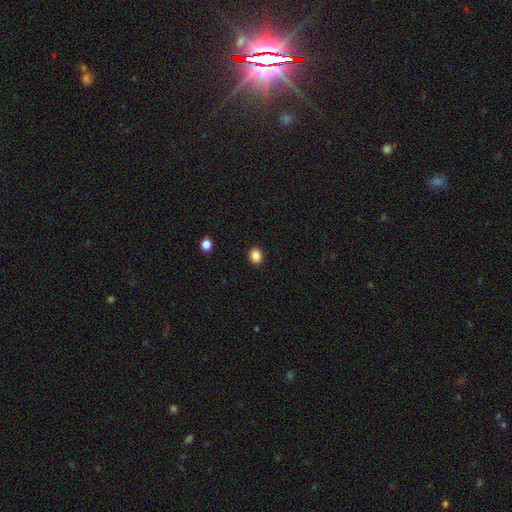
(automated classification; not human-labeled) Smooth or featured? smooth (87%)
How rounded? round (57%)
Merging? none (91%)